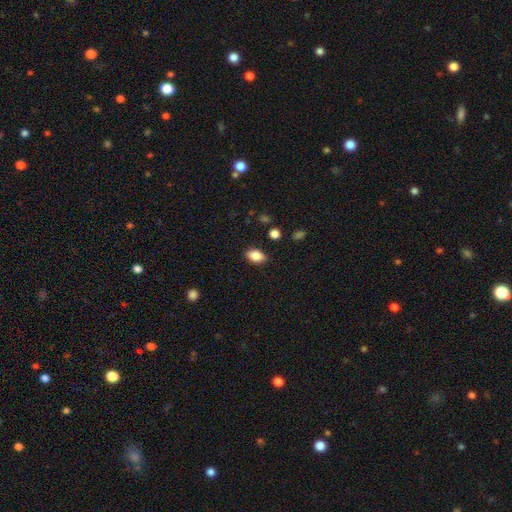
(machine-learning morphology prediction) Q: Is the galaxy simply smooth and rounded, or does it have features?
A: smooth — 86%.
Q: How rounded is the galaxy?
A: in between — 90%.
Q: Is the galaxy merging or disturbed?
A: none — 84%.